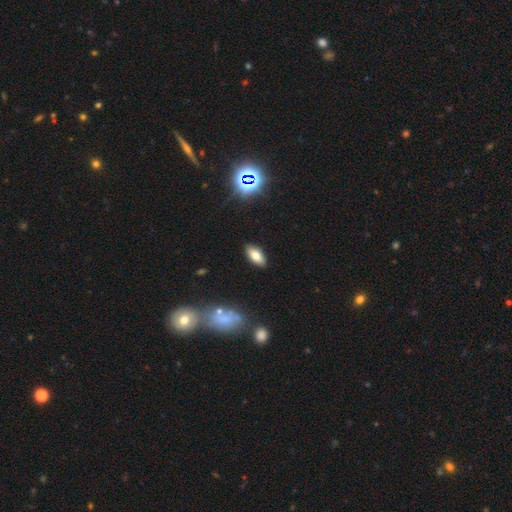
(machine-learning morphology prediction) smooth-or-featured: smooth: 75% | featured or disk: 14% | star or artifact: 11%
  how-rounded: in between: 89% | cigar-shaped: 8% | round: 3%
  merging: none: 88% | minor disturbance: 9% | major disturbance: 2% | merger: 1%